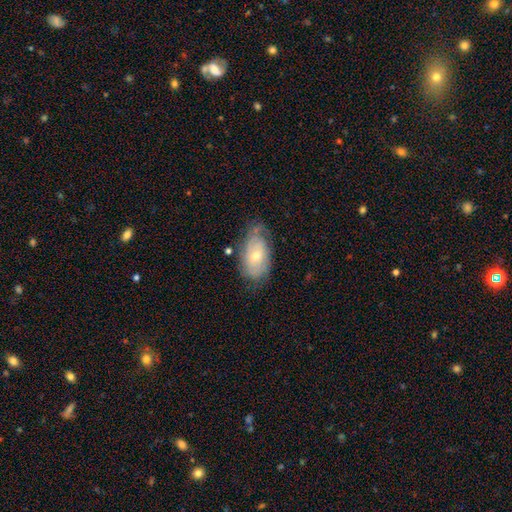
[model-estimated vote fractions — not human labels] Smooth or featured?
  - featured or disk: 54% *
  - smooth: 39%
  - star or artifact: 7%
Edge-on disk?
  - no: 92% *
  - yes: 8%
Merging?
  - none: 56% *
  - minor disturbance: 30%
  - major disturbance: 11%
  - merger: 3%